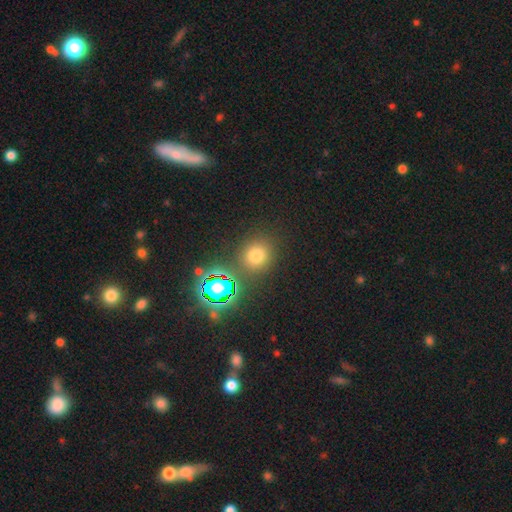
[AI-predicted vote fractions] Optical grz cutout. It shows a smooth galaxy with no disk features (67%) that is round (80%). Merging: none (83%).